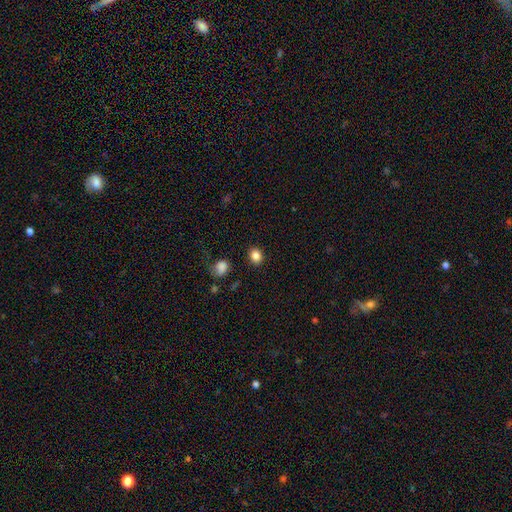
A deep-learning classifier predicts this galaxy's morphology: Smooth or featured? Predicted: smooth (p=0.85). How rounded? Predicted: round (p=0.58). Merging? Predicted: none (p=0.88).